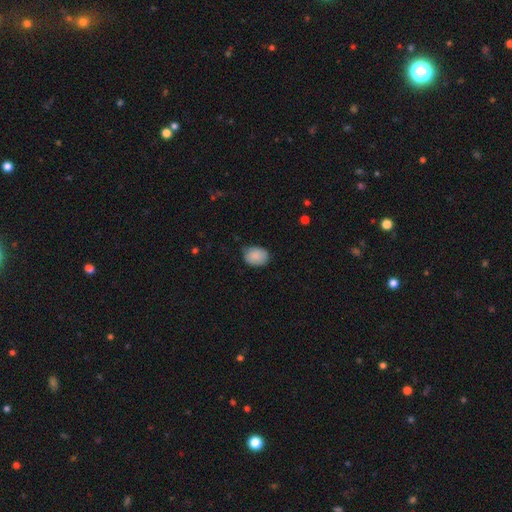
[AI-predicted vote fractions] Q: Smooth or featured?
A: smooth (87%); runner-up: star or artifact (7%)
Q: How rounded?
A: in between (66%); runner-up: round (33%)
Q: Merging?
A: none (73%); runner-up: minor disturbance (22%)